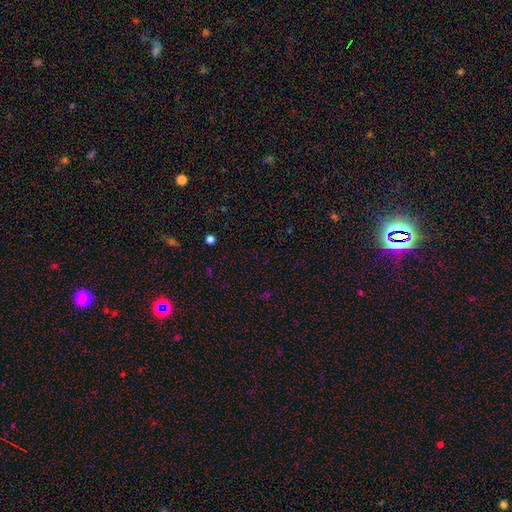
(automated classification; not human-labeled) A star or artifact, not a galaxy (62%).

Vote fractions:
- Smooth or featured? star or artifact: 62% / smooth: 31% / featured or disk: 7%